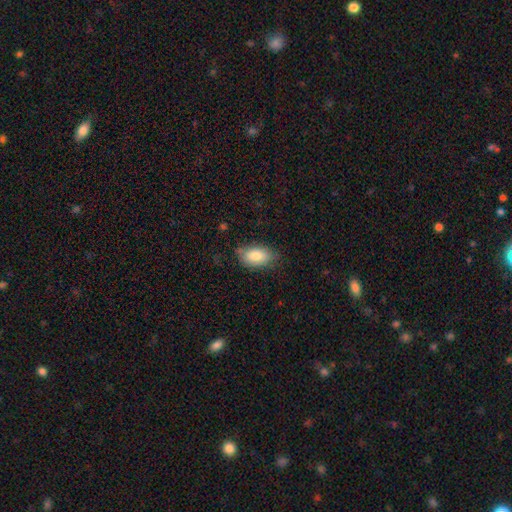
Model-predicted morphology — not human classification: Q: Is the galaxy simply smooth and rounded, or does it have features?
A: smooth — 83%.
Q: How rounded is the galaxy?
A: in between — 90%.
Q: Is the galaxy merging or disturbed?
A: none — 74%.